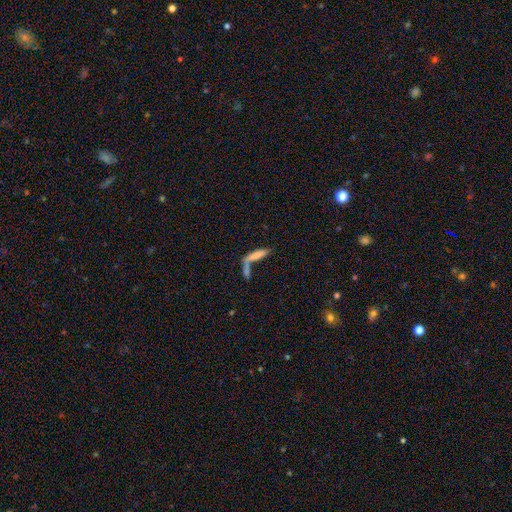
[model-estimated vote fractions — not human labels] A smooth galaxy with no disk features (71%) that is cigar-shaped (73%). Merging: merger (51%).